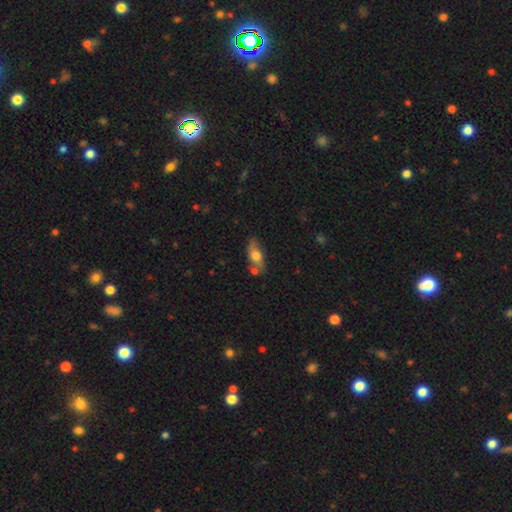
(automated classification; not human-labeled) A smooth galaxy with no disk features (57%) that is in between round and cigar-shaped (74%).

Vote fractions:
- Smooth or featured? smooth: 57% / featured or disk: 35% / star or artifact: 8%
- How rounded? in between: 74% / cigar-shaped: 19% / round: 7%
- Merging? none: 60% / minor disturbance: 21% / merger: 13% / major disturbance: 6%